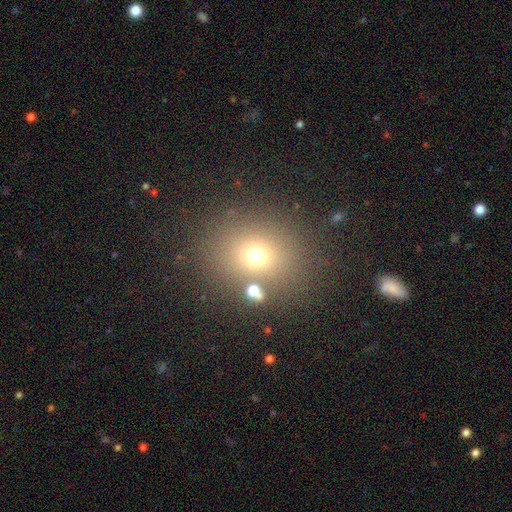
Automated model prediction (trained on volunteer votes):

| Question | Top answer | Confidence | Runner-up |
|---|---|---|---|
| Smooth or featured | smooth | 67% | star or artifact (21%) |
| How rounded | round | 67% | in between (32%) |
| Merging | none | 76% | minor disturbance (10%) |